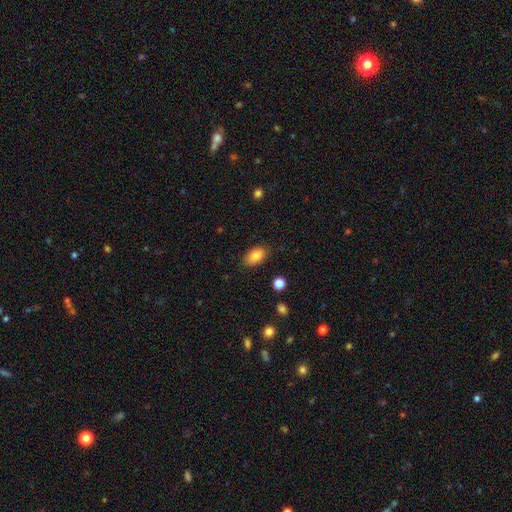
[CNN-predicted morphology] Smooth or featured?
  - smooth: 84% *
  - featured or disk: 9%
  - star or artifact: 8%
How rounded?
  - in between: 91% *
  - round: 7%
  - cigar-shaped: 2%
Merging?
  - none: 84% *
  - minor disturbance: 12%
  - major disturbance: 3%
  - merger: 1%